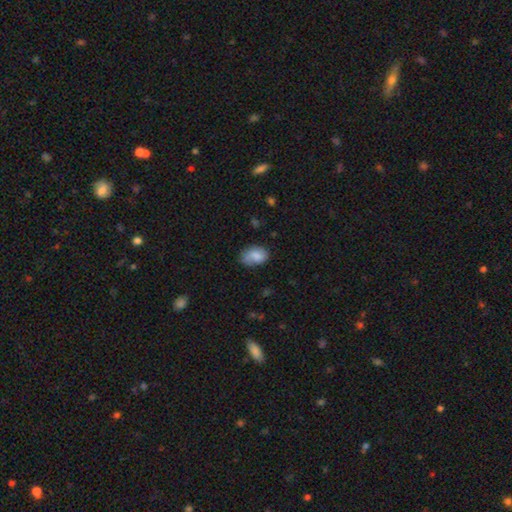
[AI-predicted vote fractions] smooth-or-featured: smooth: 79% | featured or disk: 14% | star or artifact: 8%
  how-rounded: in between: 81% | round: 17% | cigar-shaped: 1%
  merging: none: 57% | minor disturbance: 30% | major disturbance: 9% | merger: 3%